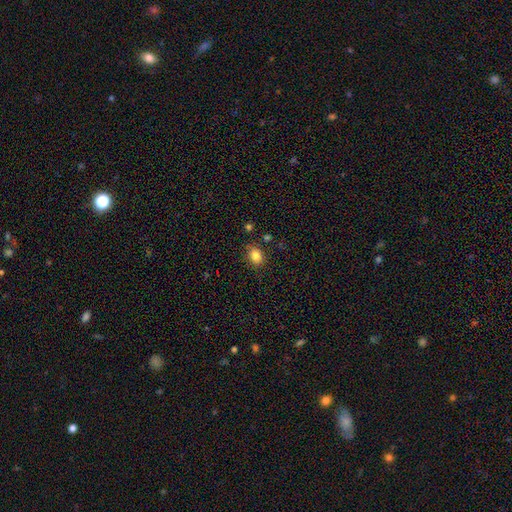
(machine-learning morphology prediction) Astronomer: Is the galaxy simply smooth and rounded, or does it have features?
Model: smooth — 83%.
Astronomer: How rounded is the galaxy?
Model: in between — 56% (runner-up: round, 43%).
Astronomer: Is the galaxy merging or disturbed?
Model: none — 78%.